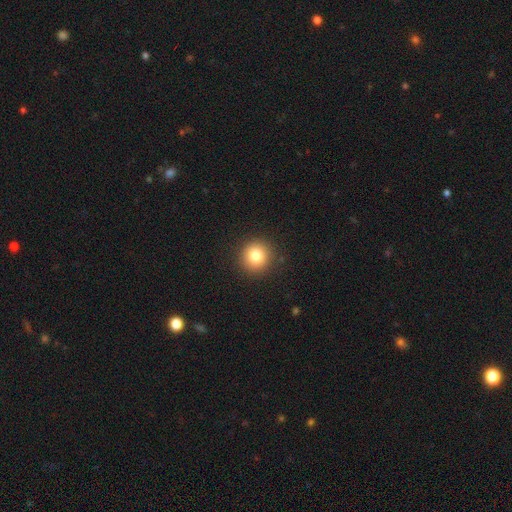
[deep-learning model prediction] smooth 81%, star or artifact 11%, featured or disk 8%. Down the decision tree: how rounded — round (93%); merging — none (91%).